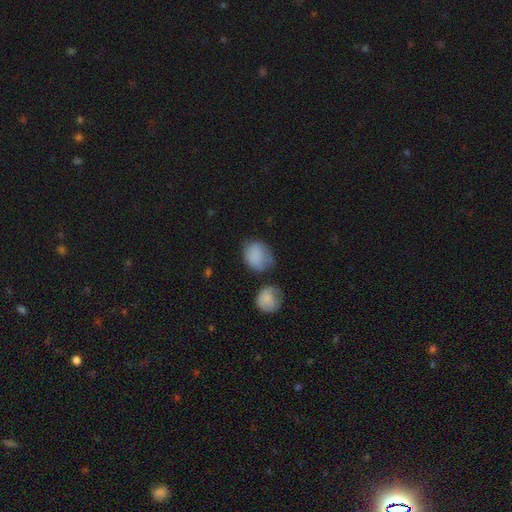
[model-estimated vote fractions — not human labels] Smooth or featured?
  - smooth: 83% *
  - featured or disk: 9%
  - star or artifact: 8%
How rounded?
  - in between: 50% *
  - round: 49%
  - cigar-shaped: 1%
Merging?
  - none: 47% *
  - minor disturbance: 29%
  - major disturbance: 13%
  - merger: 10%